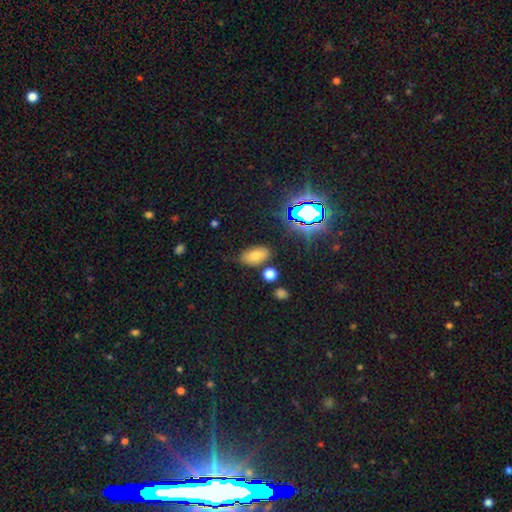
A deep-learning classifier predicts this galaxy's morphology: Smooth or featured? Predicted: smooth (p=0.73). How rounded? Predicted: in between (p=0.91). Merging? Predicted: none (p=0.78).